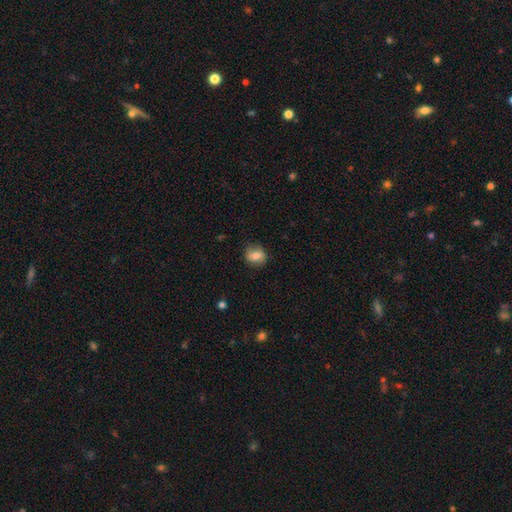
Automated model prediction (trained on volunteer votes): Morphology: type=smooth (74%); roundness=round (59%); merging=none (75%).